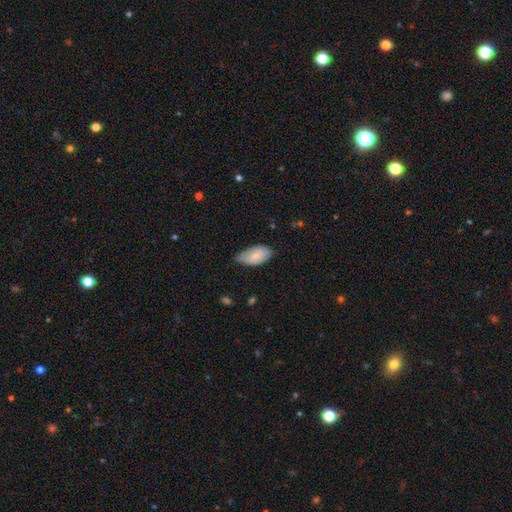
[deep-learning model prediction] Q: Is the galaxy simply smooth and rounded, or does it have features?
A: smooth — 73%.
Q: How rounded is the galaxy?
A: in between — 94%.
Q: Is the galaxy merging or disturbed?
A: none — 54%.